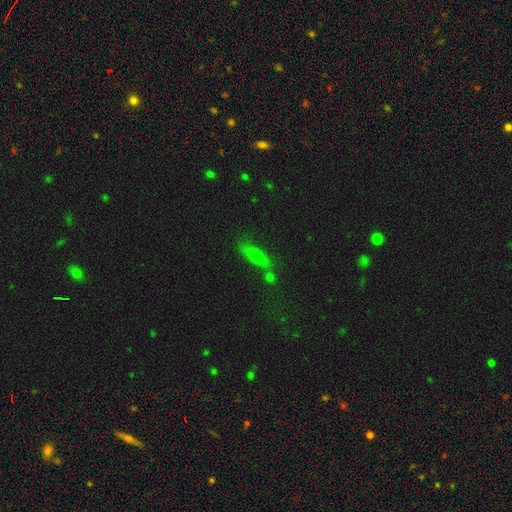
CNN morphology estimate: This appears to be a smooth galaxy with no disk features (55%) that is cigar-shaped (52%). Merging: none (66%).